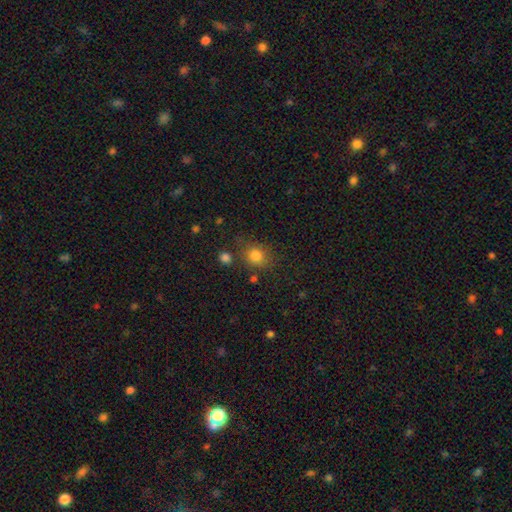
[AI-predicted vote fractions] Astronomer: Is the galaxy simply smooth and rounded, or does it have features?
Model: smooth — 82%.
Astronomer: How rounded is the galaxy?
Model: round — 70%.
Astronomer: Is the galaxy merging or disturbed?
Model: none — 71%.